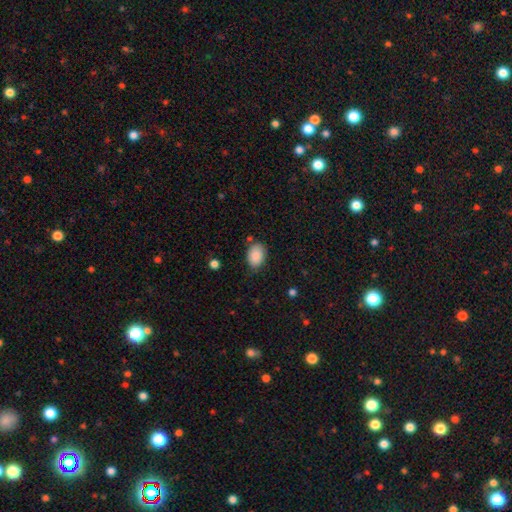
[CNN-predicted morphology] A smooth galaxy with no disk features (88%) that is in between round and cigar-shaped (81%).

Vote fractions:
- Smooth or featured? smooth: 88% / star or artifact: 7% / featured or disk: 5%
- How rounded? in between: 81% / round: 18% / cigar-shaped: 1%
- Merging? none: 75% / minor disturbance: 19% / major disturbance: 4% / merger: 2%